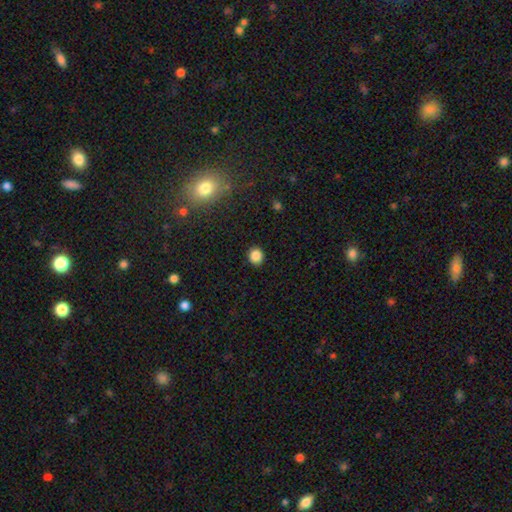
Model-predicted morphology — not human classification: smooth-or-featured: smooth: 85% | star or artifact: 11% | featured or disk: 4%
  how-rounded: round: 78% | in between: 21% | cigar-shaped: 1%
  merging: none: 90% | minor disturbance: 7% | major disturbance: 2% | merger: 1%